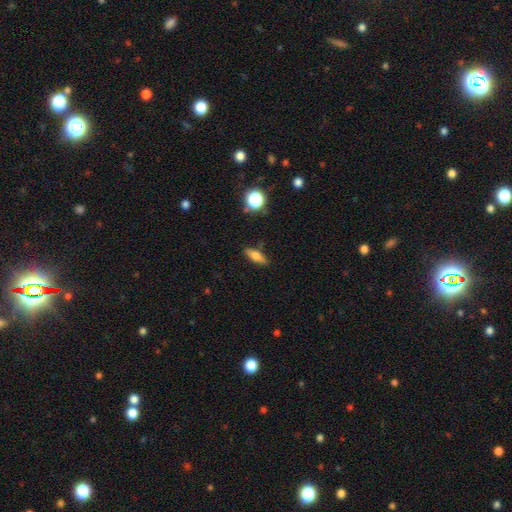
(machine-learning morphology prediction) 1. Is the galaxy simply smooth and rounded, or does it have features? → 62% smooth, 28% featured or disk, 9% star or artifact.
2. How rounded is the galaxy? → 51% in between, 43% cigar-shaped, 5% round.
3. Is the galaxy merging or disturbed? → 84% none, 12% minor disturbance, 3% major disturbance, 2% merger.